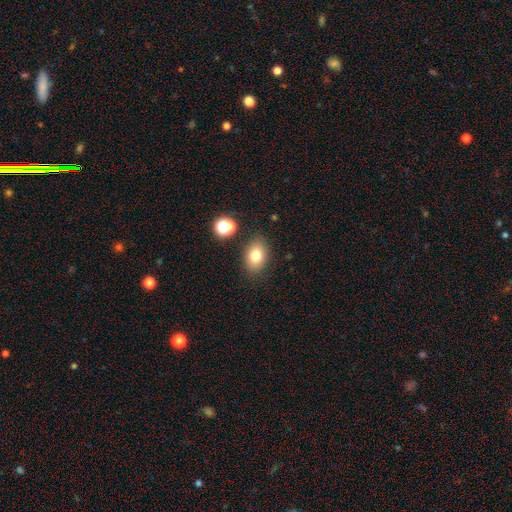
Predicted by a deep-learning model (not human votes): The model was most divided on "how rounded": in between: 78%, round: 21%, cigar-shaped: 1%. More confident: merging — none (83%); smooth or featured — smooth (78%).